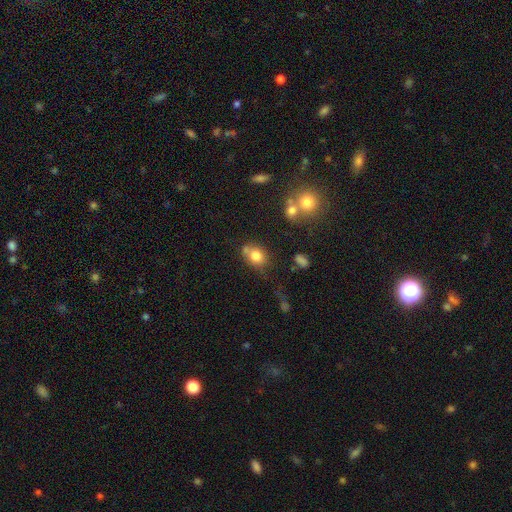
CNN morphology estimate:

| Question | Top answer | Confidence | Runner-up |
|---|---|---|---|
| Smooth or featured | smooth | 79% | featured or disk (11%) |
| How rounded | round | 49% | tied: in between (49%) |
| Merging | none | 54% | minor disturbance (20%) |